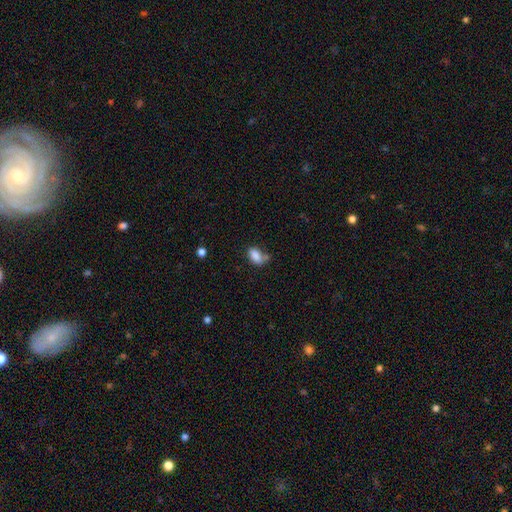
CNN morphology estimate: Smooth or featured? Predicted: smooth (p=0.83). How rounded? Predicted: in between (p=0.89). Merging? Predicted: none (p=0.48).